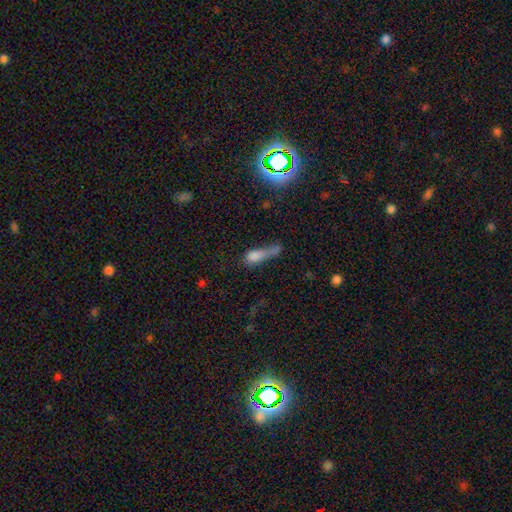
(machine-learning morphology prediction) Smooth or featured? smooth (62%)
How rounded? in between (47%)
Merging? major disturbance (31%)